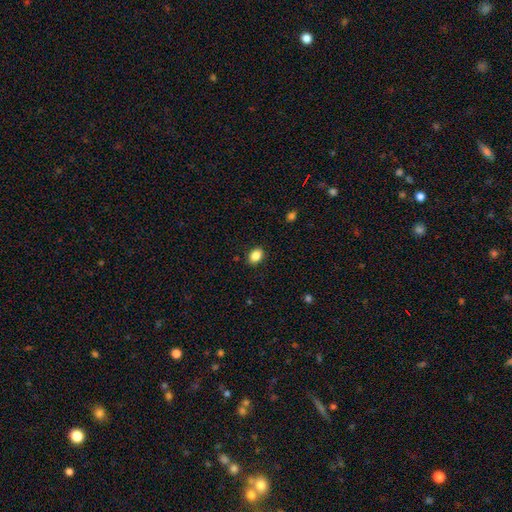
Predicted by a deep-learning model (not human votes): Smooth or featured: smooth — 86% (star or artifact — 9%)
How rounded: in between — 73% (round — 25%)
Merging: none — 88% (minor disturbance — 9%)